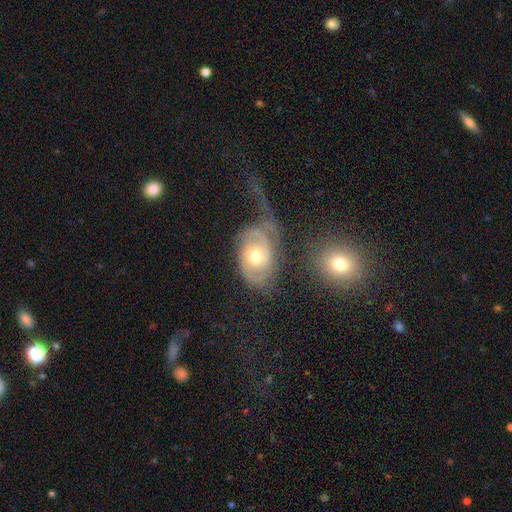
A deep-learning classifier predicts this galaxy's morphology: Q: Smooth or featured?
A: featured or disk (73%); runner-up: smooth (19%)
Q: Edge-on disk?
A: no (96%); runner-up: yes (4%)
Q: Bar?
A: no (71%); runner-up: weak (23%)
Q: Spiral arms?
A: yes (85%); runner-up: no (15%)
Q: Spiral winding?
A: tight (44%); runner-up: medium (38%)
Q: Spiral arm count?
A: 2 (64%); runner-up: can't tell (19%)
Q: Bulge size?
A: moderate (76%); runner-up: small (15%)
Q: Merging?
A: none (36%); runner-up: major disturbance (32%)